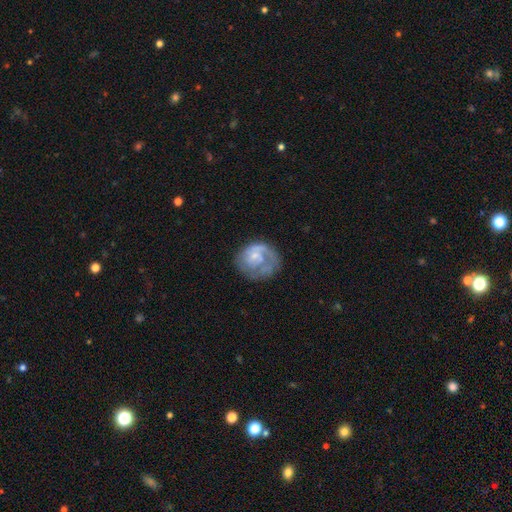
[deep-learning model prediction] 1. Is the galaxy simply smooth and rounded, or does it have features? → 59% featured or disk, 34% smooth, 7% star or artifact.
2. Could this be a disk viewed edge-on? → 98% no, 2% yes.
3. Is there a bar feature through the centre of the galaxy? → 73% no, 24% weak, 4% strong.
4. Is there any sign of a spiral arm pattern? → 62% yes, 38% no.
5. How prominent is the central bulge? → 49% small, 24% moderate, 23% none, 3% large, 1% dominant.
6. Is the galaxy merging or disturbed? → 47% none, 27% major disturbance, 23% minor disturbance, 3% merger.